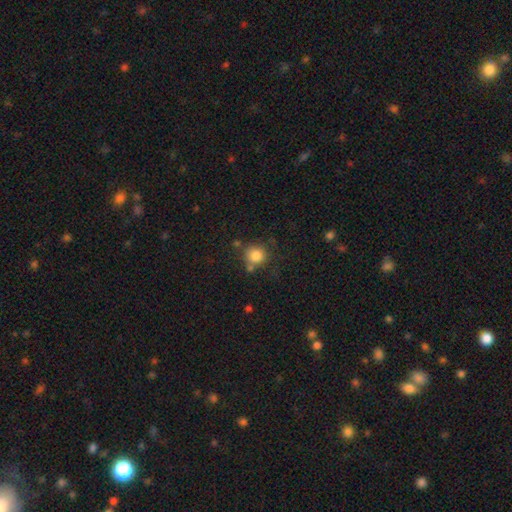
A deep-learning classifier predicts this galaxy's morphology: smooth 82%, star or artifact 11%, featured or disk 7%. Down the decision tree: how rounded — round (90%); merging — none (67%).